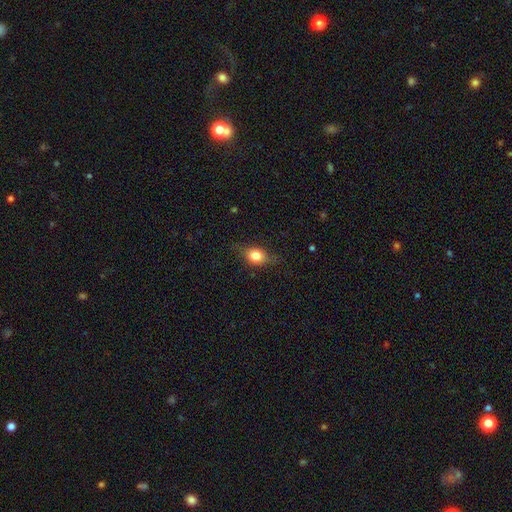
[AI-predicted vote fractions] smooth_or_featured: smooth (p=0.72) [alt: featured or disk p=0.18]
how_rounded: in between (p=0.55) [alt: round p=0.40]
merging: none (p=0.73) [alt: minor disturbance p=0.20]